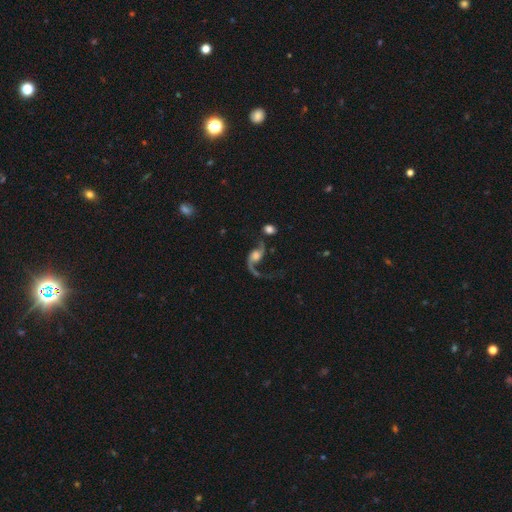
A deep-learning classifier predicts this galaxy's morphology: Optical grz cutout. It shows a featured or disk galaxy (87%) with no bar (62%), 2 (88%) loose (84%) spiral arms (96%) and a moderate central bulge (41%). Merging: none (55%).